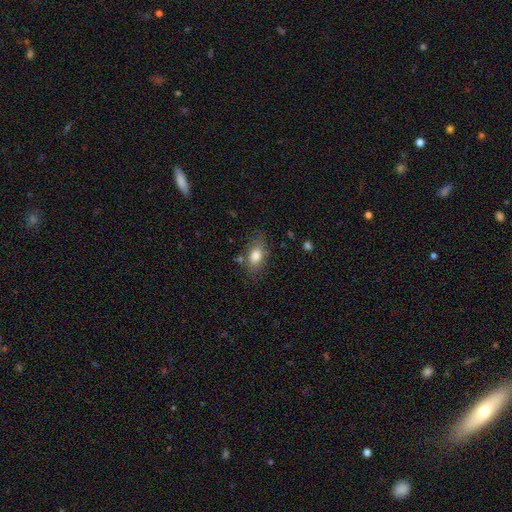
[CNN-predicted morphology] Overall: smooth (79%). How rounded: in between (85%). Merging: none (75%).